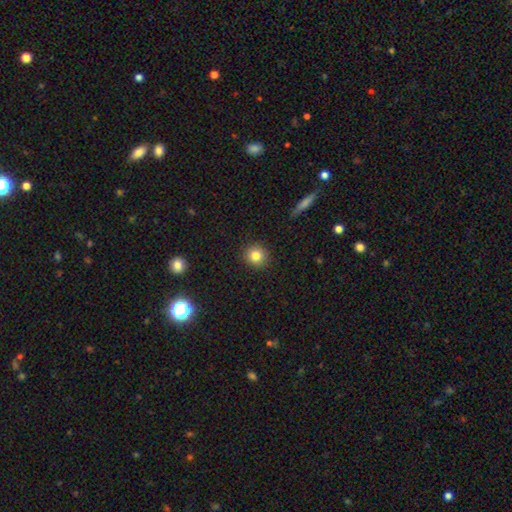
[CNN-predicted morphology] A smooth galaxy with no disk features (82%) that is round (89%). Merging: none (91%).